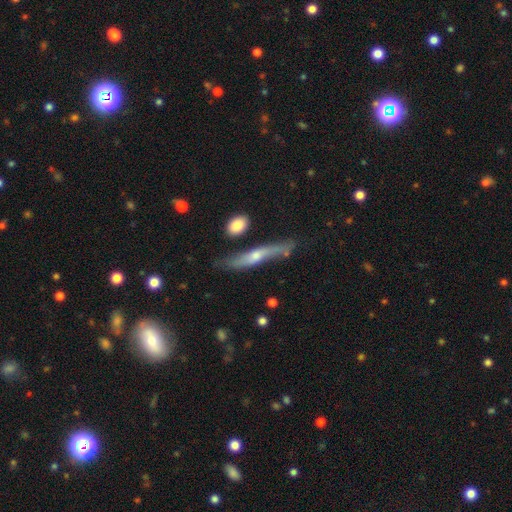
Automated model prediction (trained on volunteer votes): A featured or disk galaxy (60%) viewed edge-on (81%).

Vote fractions:
- Smooth or featured? featured or disk: 60% / smooth: 33% / star or artifact: 7%
- Edge-on disk? yes: 81% / no: 19%
- Merging? none: 68% / minor disturbance: 21% / major disturbance: 6% / merger: 5%